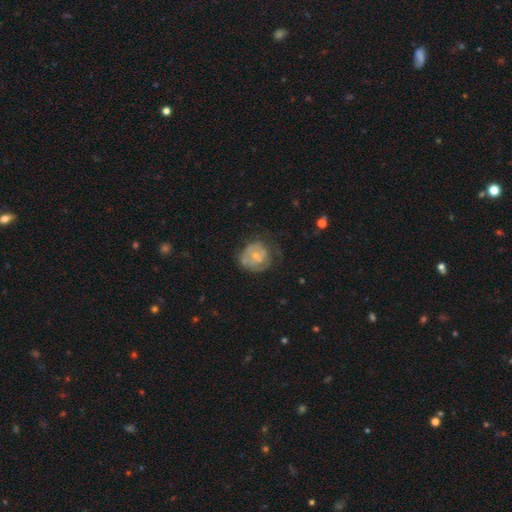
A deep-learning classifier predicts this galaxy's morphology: featured or disk 54%, smooth 39%, star or artifact 7%. Down the decision tree: edge-on disk — no (98%); bar — no (80%); spiral arms — yes (51%); bulge size — small (59%); merging — none (46%).